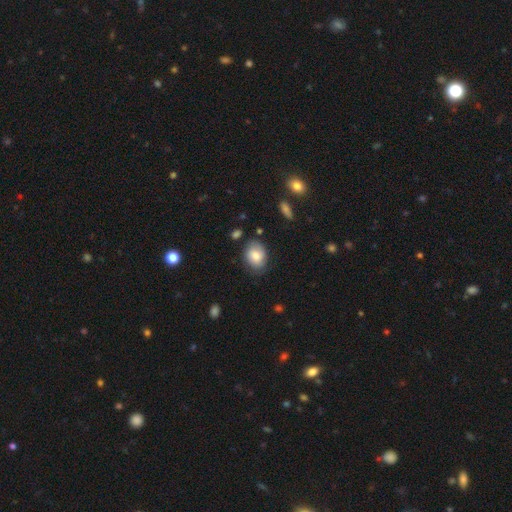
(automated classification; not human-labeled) Q: Smooth or featured?
A: smooth (77%); runner-up: featured or disk (16%)
Q: How rounded?
A: in between (69%); runner-up: round (30%)
Q: Merging?
A: none (72%); runner-up: minor disturbance (21%)